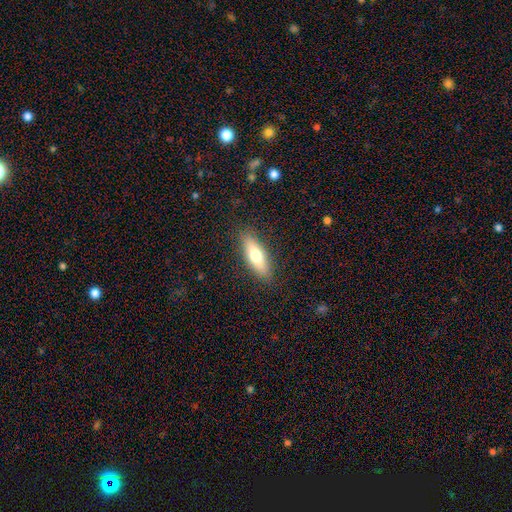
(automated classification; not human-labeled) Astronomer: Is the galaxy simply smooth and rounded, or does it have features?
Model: smooth — 66%.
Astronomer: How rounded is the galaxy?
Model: in between — 53% (runner-up: cigar-shaped, 45%).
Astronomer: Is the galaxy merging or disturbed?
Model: none — 87%.